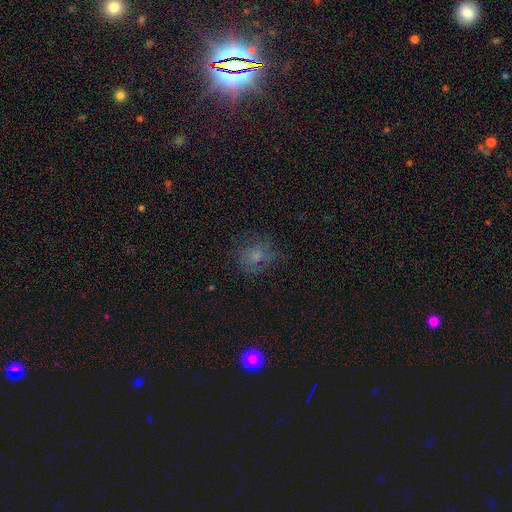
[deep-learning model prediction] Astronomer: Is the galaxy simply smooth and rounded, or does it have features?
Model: smooth — 64%.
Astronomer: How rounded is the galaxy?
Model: round — 75%.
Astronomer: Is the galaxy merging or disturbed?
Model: none — 69%.